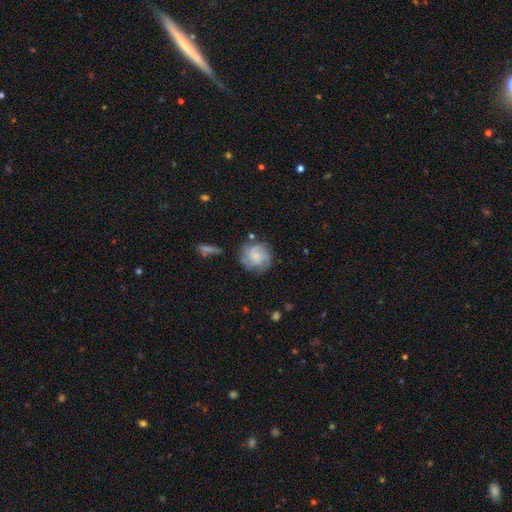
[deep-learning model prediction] Smooth or featured? Predicted: featured or disk (p=0.65). Edge-on disk? Predicted: no (p=0.98). Bar? Predicted: no (p=0.72). Spiral arms? Predicted: yes (p=0.90). Spiral winding? Predicted: tight (p=0.56). Spiral arm count? Predicted: can't tell (p=0.30). Bulge size? Predicted: small (p=0.52). Merging? Predicted: none (p=0.72).